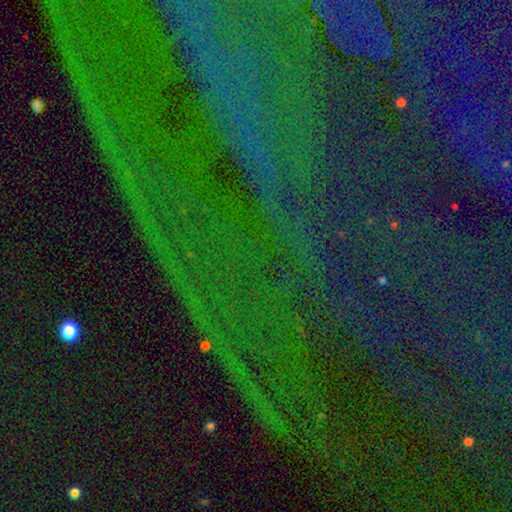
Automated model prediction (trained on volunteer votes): Smooth or featured?
  - star or artifact: 84% *
  - featured or disk: 8%
  - smooth: 8%